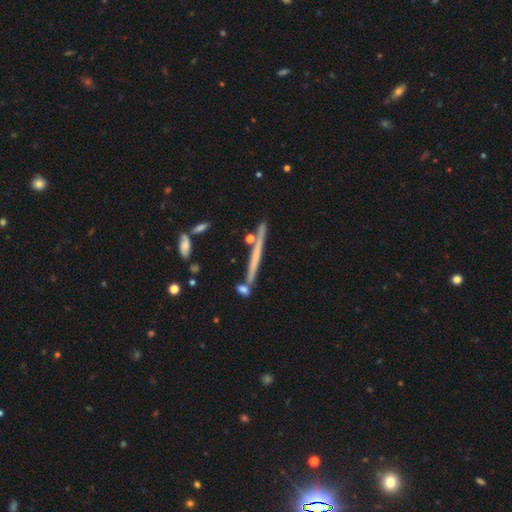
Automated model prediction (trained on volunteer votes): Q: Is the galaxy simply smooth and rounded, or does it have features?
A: featured or disk — 60%.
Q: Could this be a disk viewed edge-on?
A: yes — 96%.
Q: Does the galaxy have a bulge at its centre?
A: none — 78%.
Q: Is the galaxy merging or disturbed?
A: none — 81%.